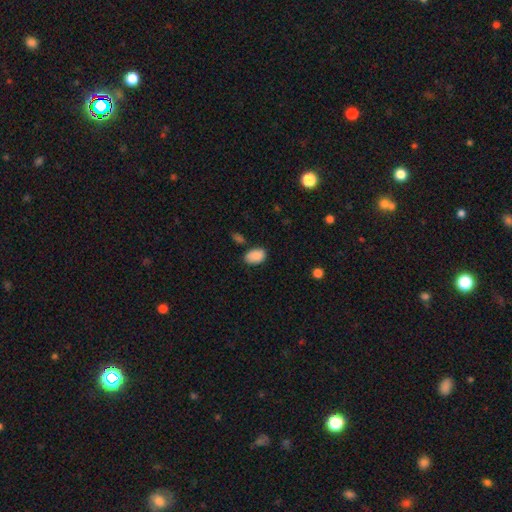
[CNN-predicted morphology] smooth-or-featured: smooth: 88% | star or artifact: 8% | featured or disk: 4%
  how-rounded: in between: 88% | round: 11% | cigar-shaped: 1%
  merging: none: 71% | minor disturbance: 19% | merger: 6% | major disturbance: 4%